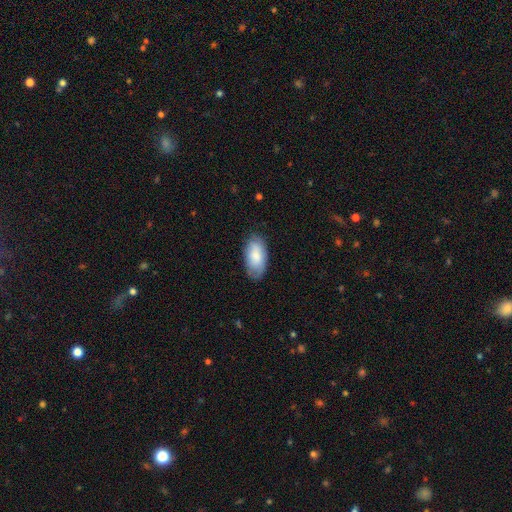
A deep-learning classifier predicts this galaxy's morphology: A smooth galaxy with no disk features (80%) that is in between round and cigar-shaped (95%). Merging: none (78%).